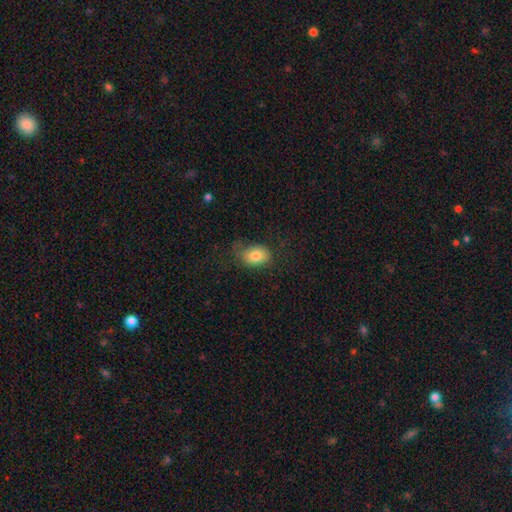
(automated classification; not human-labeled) Overall: smooth (80%). How rounded: in between (78%). Merging: none (64%).